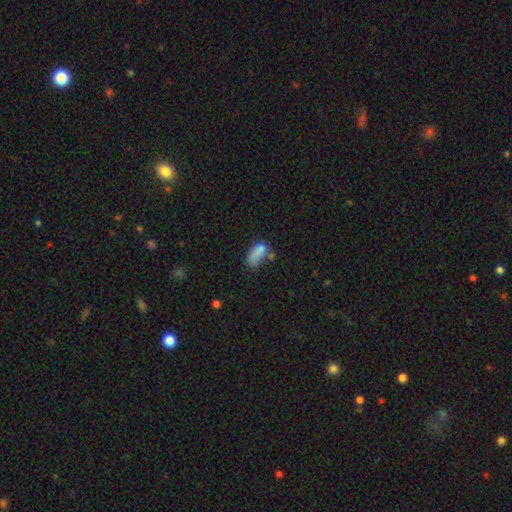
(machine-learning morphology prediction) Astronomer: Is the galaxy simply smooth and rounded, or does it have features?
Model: smooth — 78%.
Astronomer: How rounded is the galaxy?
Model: in between — 87%.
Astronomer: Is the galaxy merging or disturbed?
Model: none — 33% (runner-up: minor disturbance, 26%).